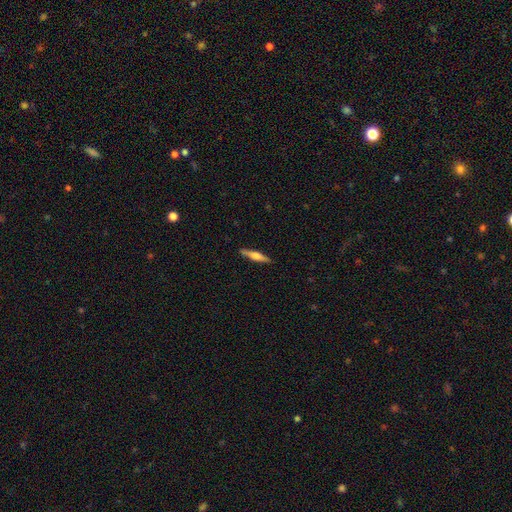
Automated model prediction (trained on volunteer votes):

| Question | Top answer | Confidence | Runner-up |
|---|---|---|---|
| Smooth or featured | featured or disk | 50% | smooth (44%) |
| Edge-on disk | yes | 96% | no (4%) |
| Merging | none | 90% | minor disturbance (8%) |